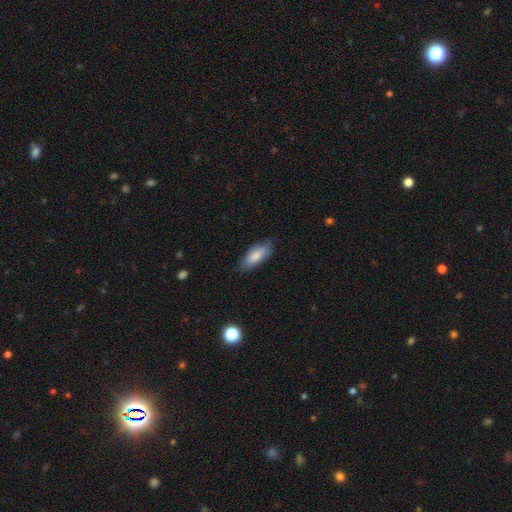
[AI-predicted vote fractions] A smooth galaxy with no disk features (82%) that is in between round and cigar-shaped (77%). Merging: none (77%).